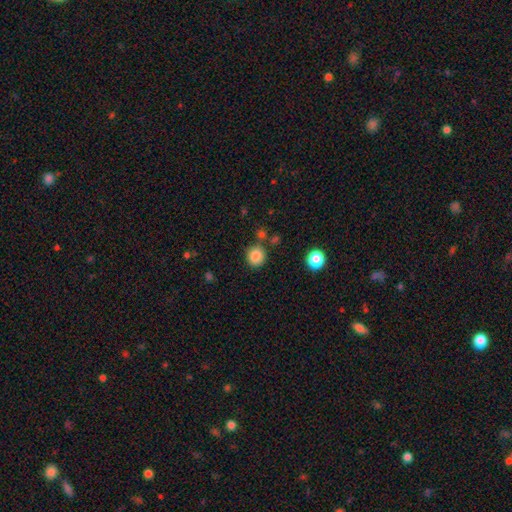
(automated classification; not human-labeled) A smooth galaxy with no disk features (85%) that is round (86%). Merging: none (80%).